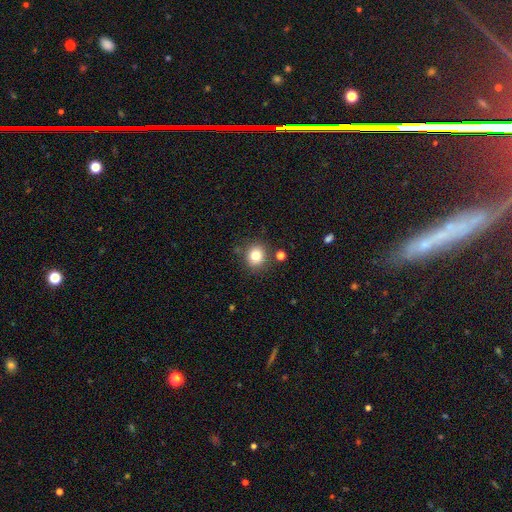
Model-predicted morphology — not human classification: smooth-or-featured: smooth: 80% | star or artifact: 12% | featured or disk: 8%
  how-rounded: round: 81% | in between: 19% | cigar-shaped: 1%
  merging: none: 83% | minor disturbance: 9% | merger: 4% | major disturbance: 3%